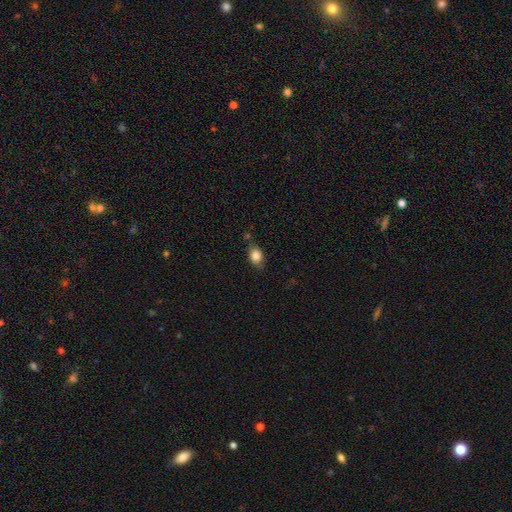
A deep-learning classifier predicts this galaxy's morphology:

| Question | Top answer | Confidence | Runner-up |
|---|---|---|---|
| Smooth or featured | smooth | 84% | star or artifact (8%) |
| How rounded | in between | 74% | round (24%) |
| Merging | none | 73% | minor disturbance (19%) |